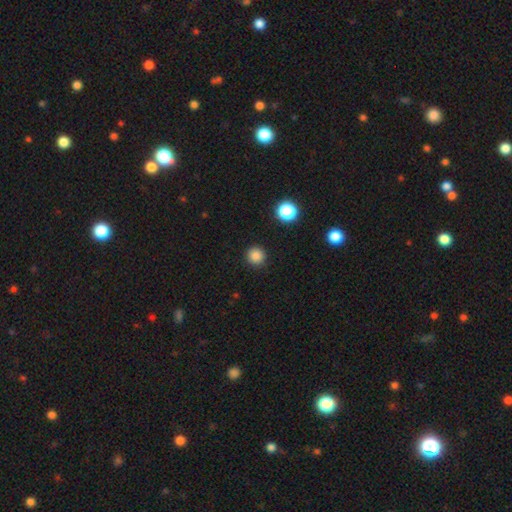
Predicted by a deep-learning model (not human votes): This is clearly a smooth galaxy (84%). How rounded: clearly round (94%). Merging: clearly none (92%).